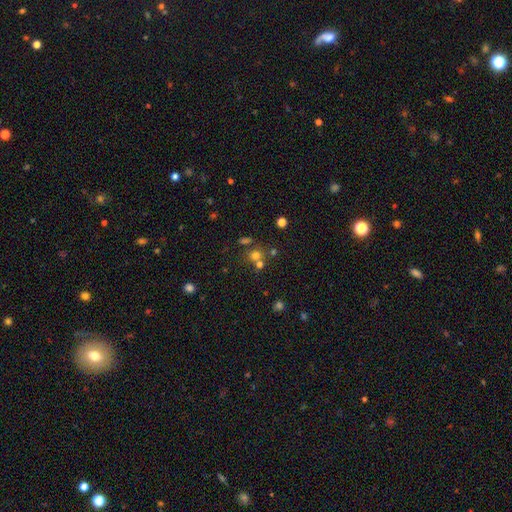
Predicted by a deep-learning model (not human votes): The model was most divided on "merging": none: 55%, merger: 32%, minor disturbance: 9%, major disturbance: 5%. More confident: how rounded — round (81%); smooth or featured — smooth (62%).